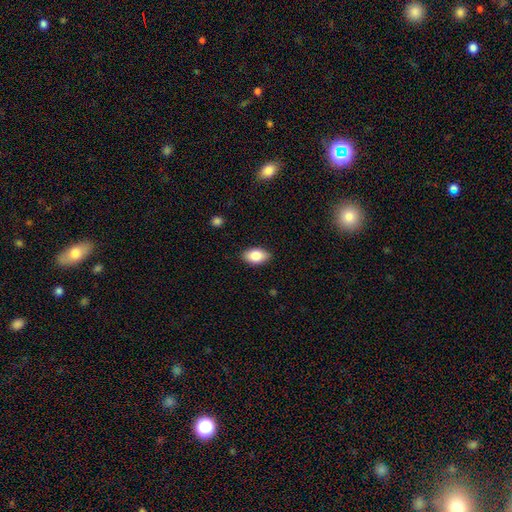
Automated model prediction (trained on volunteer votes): Q: Smooth or featured?
A: smooth (85%); runner-up: featured or disk (8%)
Q: How rounded?
A: in between (91%); runner-up: round (7%)
Q: Merging?
A: none (87%); runner-up: minor disturbance (10%)